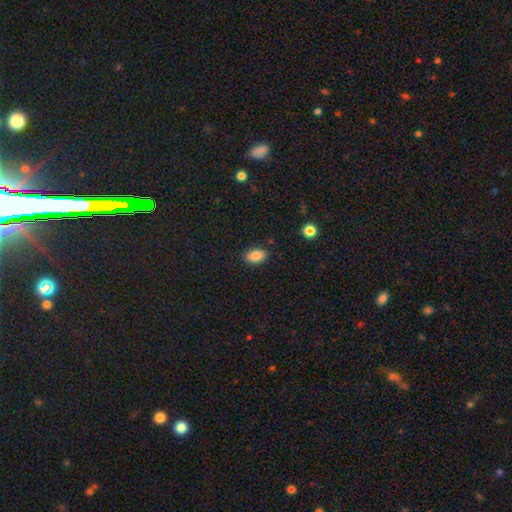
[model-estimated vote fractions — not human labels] Smooth or featured? smooth (86%)
How rounded? in between (90%)
Merging? none (87%)